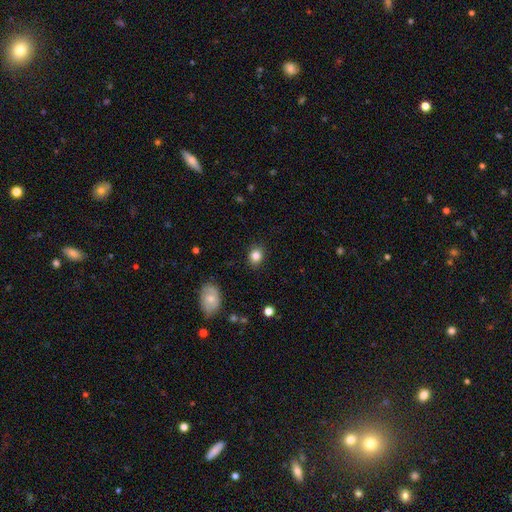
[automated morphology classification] smooth 83%, star or artifact 10%, featured or disk 7%. Down the decision tree: how rounded — round (60%); merging — none (87%).